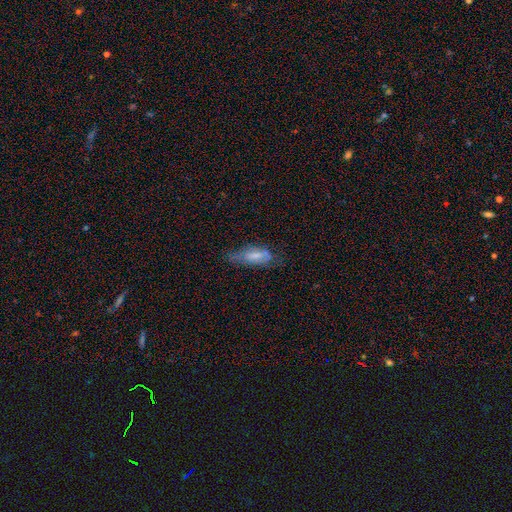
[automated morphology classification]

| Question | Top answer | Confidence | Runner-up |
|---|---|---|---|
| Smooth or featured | smooth | 58% | featured or disk (33%) |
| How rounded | in between | 65% | cigar-shaped (32%) |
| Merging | none | 46% | minor disturbance (33%) |